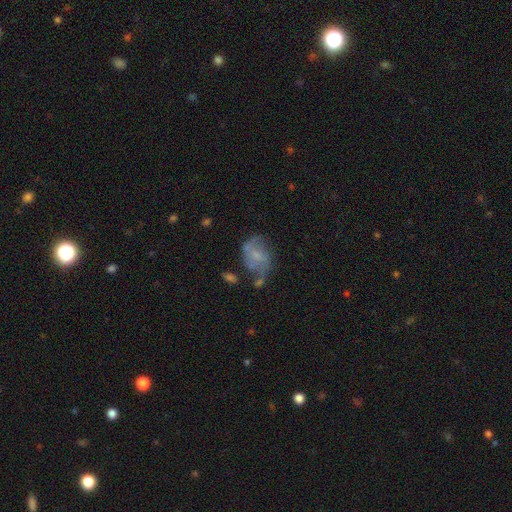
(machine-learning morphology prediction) A featured or disk galaxy (60%) with no bar (57%), spiral arms (77%) and a small central bulge (40%). Merging: none (43%).